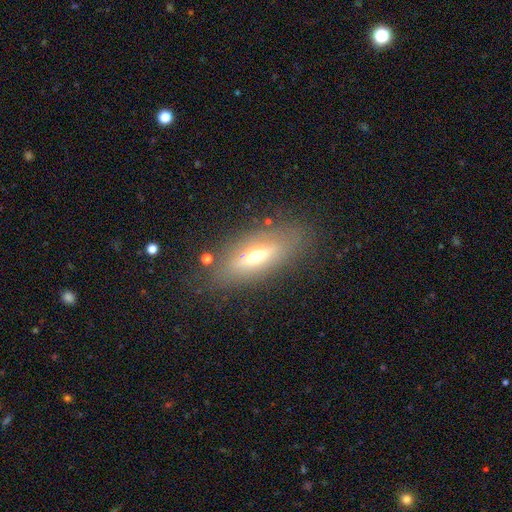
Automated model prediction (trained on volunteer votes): This is possibly a featured or disk galaxy (50%). Merging: likely none (80%).